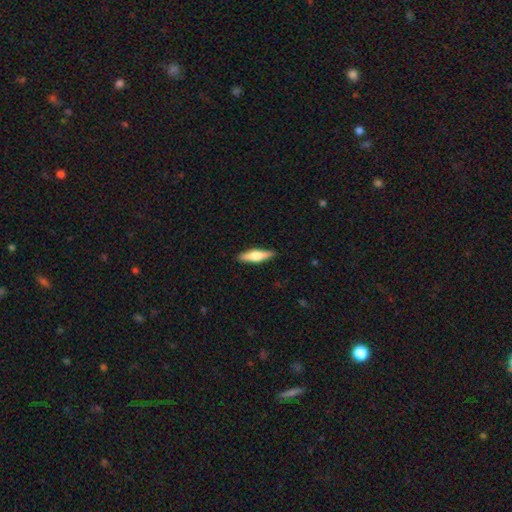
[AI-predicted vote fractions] Smooth or featured: smooth — 52% (featured or disk — 43%)
How rounded: cigar-shaped — 64% (in between — 33%)
Merging: none — 89% (minor disturbance — 8%)